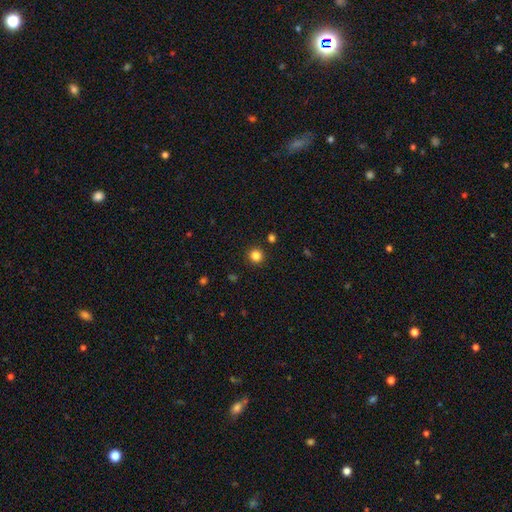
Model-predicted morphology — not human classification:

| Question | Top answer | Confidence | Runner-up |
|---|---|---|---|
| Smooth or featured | smooth | 83% | star or artifact (13%) |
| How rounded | round | 94% | in between (5%) |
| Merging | none | 91% | minor disturbance (5%) |